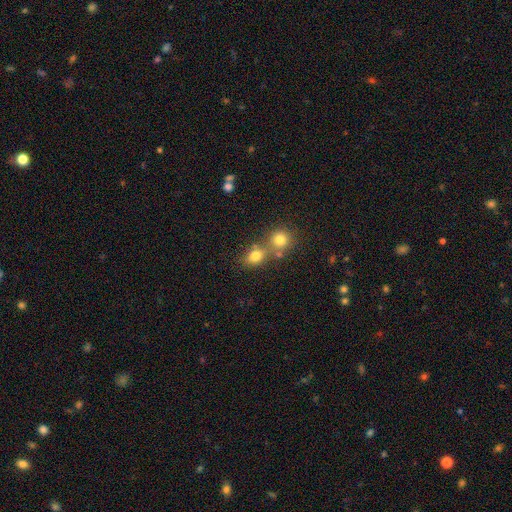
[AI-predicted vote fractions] Smooth or featured: smooth — 78% (star or artifact — 13%)
How rounded: round — 52% (in between — 46%)
Merging: none — 46% (merger — 40%)